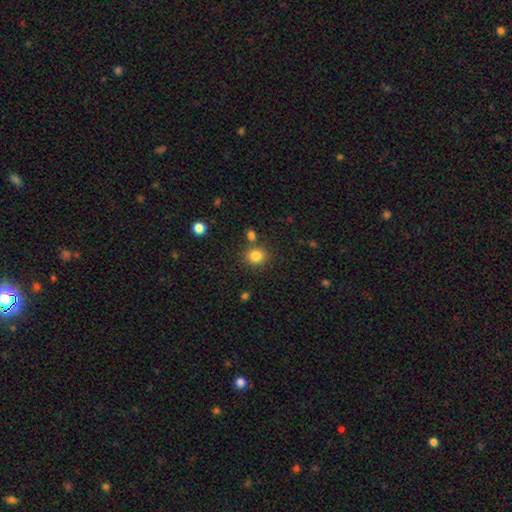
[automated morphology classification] This is clearly a smooth galaxy (83%). How rounded: likely round (78%). Merging: likely none (76%).